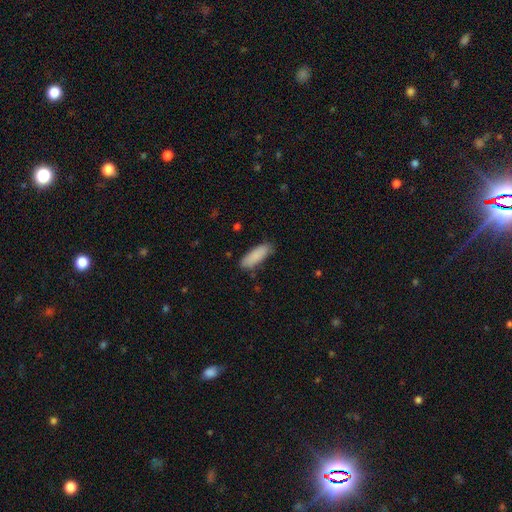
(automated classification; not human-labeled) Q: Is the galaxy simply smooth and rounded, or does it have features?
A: smooth — 88%.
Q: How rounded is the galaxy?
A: in between — 62%.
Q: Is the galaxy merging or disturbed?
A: none — 82%.